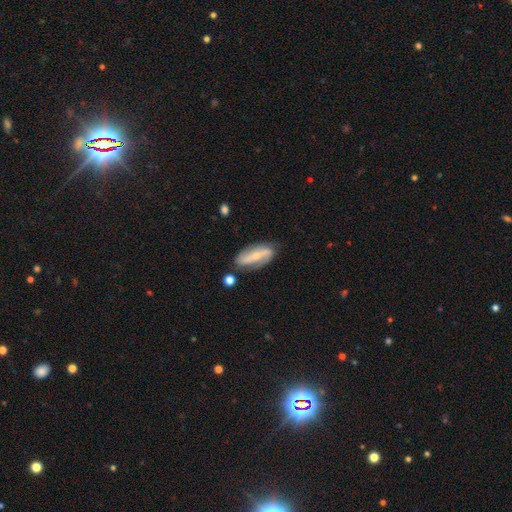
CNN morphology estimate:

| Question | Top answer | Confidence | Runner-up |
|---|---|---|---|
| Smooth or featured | featured or disk | 71% | smooth (23%) |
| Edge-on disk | no | 85% | yes (15%) |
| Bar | strong | 50% | no (25%) |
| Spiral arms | yes | 85% | no (15%) |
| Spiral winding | loose | 56% | medium (27%) |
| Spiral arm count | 2 | 88% | can't tell (7%) |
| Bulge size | small | 66% | moderate (30%) |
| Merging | none | 79% | minor disturbance (15%) |